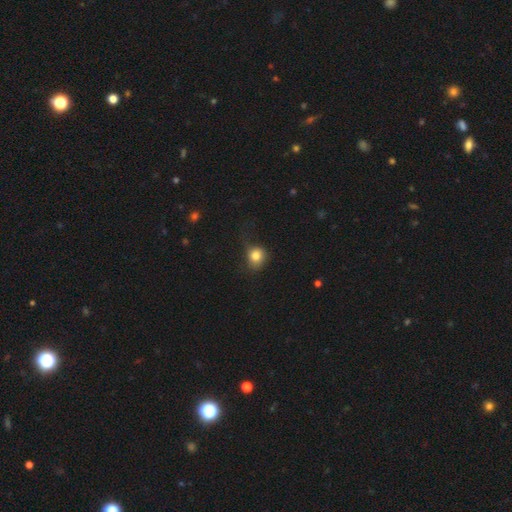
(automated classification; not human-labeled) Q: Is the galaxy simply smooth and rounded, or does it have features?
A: smooth — 81%.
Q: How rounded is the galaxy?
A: round — 78%.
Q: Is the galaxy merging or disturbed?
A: none — 57%.